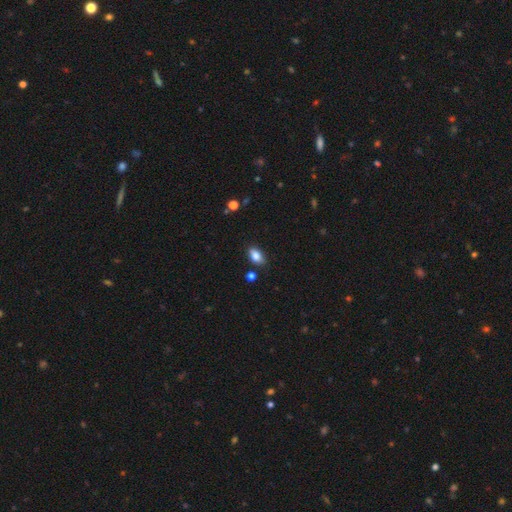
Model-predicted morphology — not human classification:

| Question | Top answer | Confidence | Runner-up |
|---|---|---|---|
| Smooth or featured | smooth | 83% | star or artifact (9%) |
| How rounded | in between | 88% | round (8%) |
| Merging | none | 81% | minor disturbance (13%) |